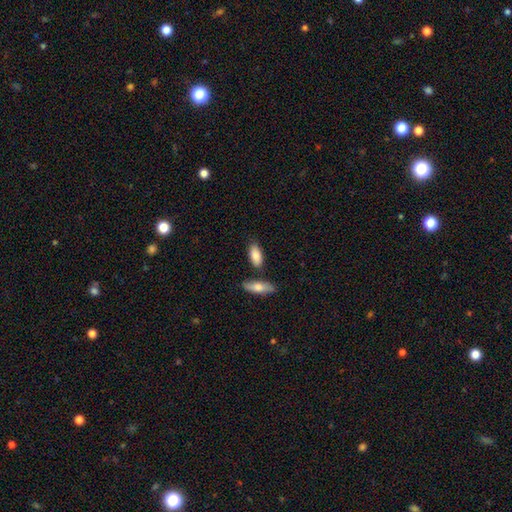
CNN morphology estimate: type=smooth (84%); roundness=in between (86%); merging=none (74%).